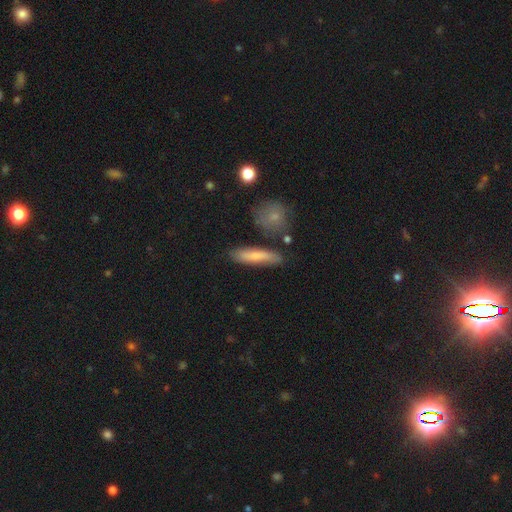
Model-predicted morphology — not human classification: type=smooth (73%); roundness=cigar-shaped (76%); merging=none (79%).